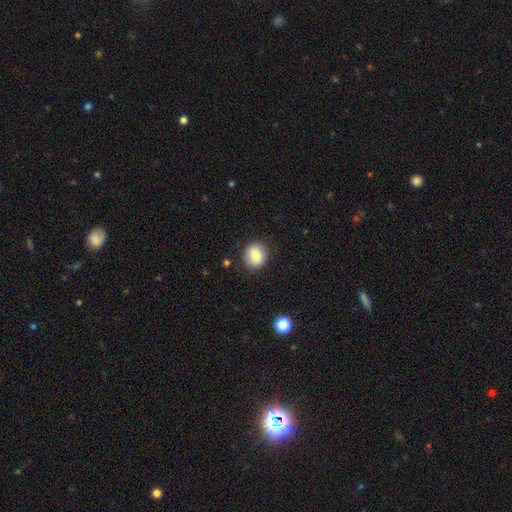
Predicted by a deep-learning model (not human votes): smooth 84%, star or artifact 9%, featured or disk 7%. Down the decision tree: how rounded — round (80%); merging — none (87%).